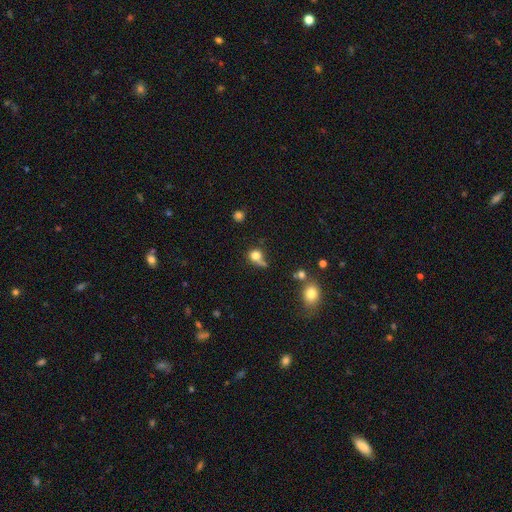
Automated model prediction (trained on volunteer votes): Smooth or featured? smooth (74%)
How rounded? round (73%)
Merging? none (38%)